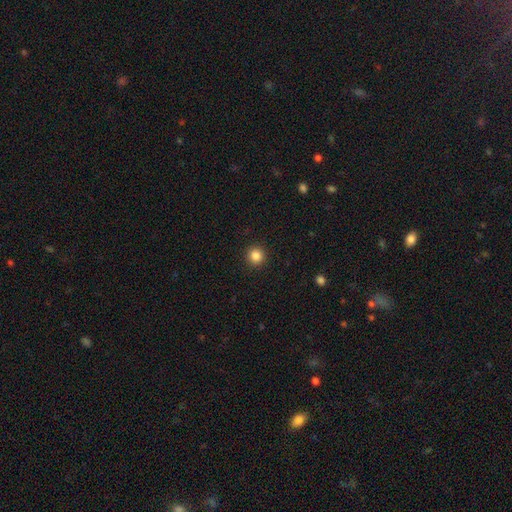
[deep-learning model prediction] The model was most divided on "smooth or featured": smooth: 85%, star or artifact: 11%, featured or disk: 4%. More confident: how rounded — round (96%); merging — none (93%).